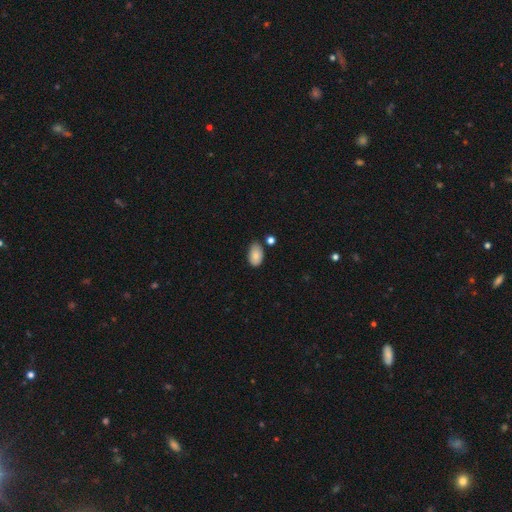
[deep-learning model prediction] Smooth or featured? smooth (83%)
How rounded? in between (93%)
Merging? none (68%)